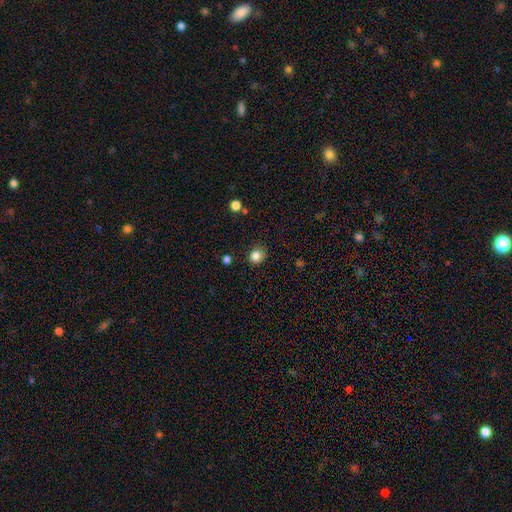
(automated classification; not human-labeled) Smooth or featured: smooth — 83% (star or artifact — 11%)
How rounded: round — 79% (in between — 21%)
Merging: none — 80% (minor disturbance — 14%)